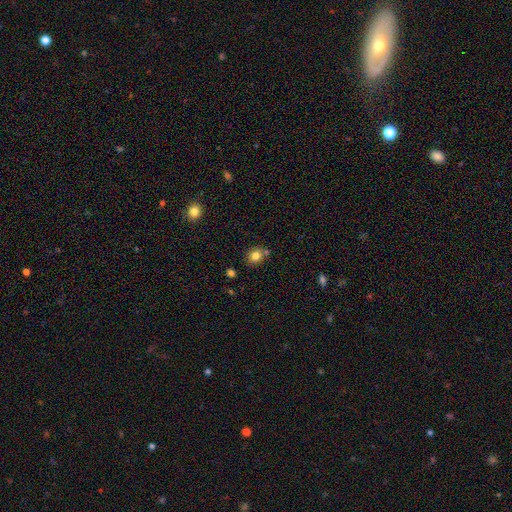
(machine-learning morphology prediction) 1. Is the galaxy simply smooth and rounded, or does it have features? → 80% smooth, 12% star or artifact, 8% featured or disk.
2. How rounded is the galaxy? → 76% round, 23% in between, 1% cigar-shaped.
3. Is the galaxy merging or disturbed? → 74% none, 12% minor disturbance, 11% merger, 3% major disturbance.